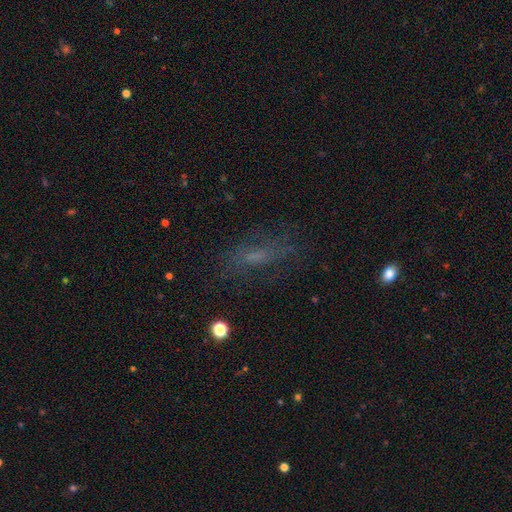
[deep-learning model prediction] Overall: smooth (46%; featured or disk 31%). Merging: none (66%).